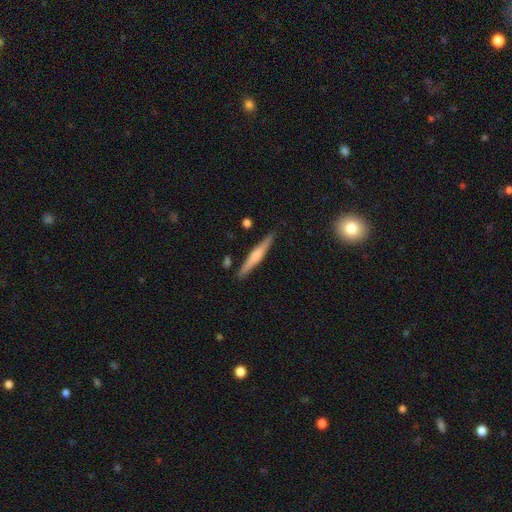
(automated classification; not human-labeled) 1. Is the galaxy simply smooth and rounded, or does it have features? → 48% featured or disk, 46% smooth, 6% star or artifact.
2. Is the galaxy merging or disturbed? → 87% none, 9% minor disturbance, 2% merger, 2% major disturbance.